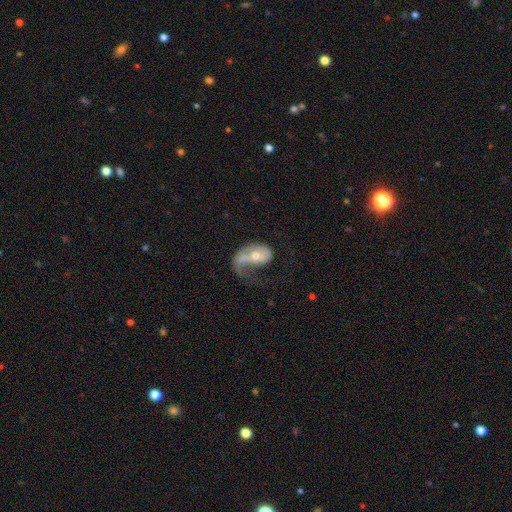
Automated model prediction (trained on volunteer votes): Smooth or featured: featured or disk — 66% (smooth — 27%)
Edge-on disk: no — 95% (yes — 5%)
Bar: no — 61% (weak — 27%)
Spiral arms: yes — 73% (no — 27%)
Bulge size: moderate — 57% (small — 36%)
Merging: major disturbance — 52% (none — 24%)